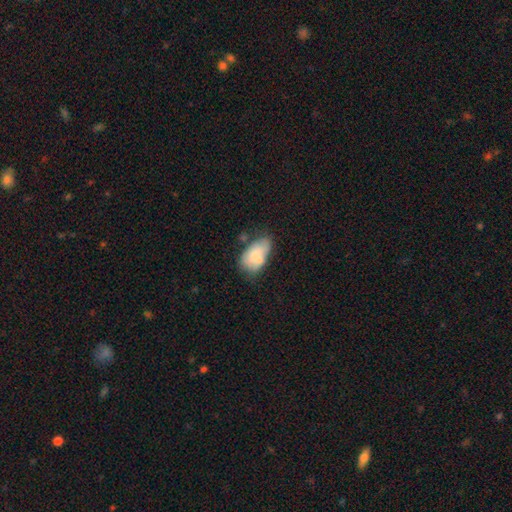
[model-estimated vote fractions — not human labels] smooth 70%, featured or disk 22%, star or artifact 7%. Down the decision tree: how rounded — in between (91%); merging — none (38%).